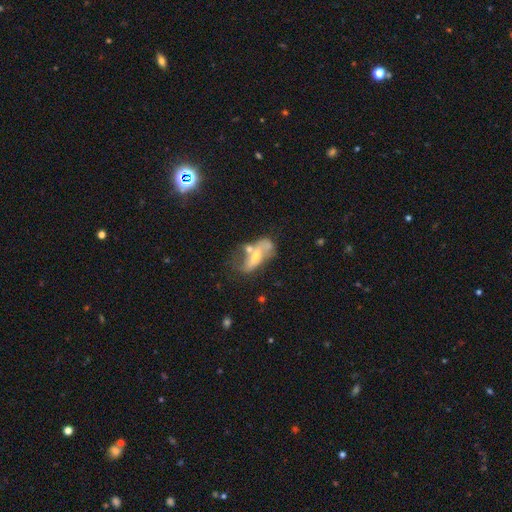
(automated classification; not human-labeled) A featured or disk galaxy (56%). Merging: merger (33%).